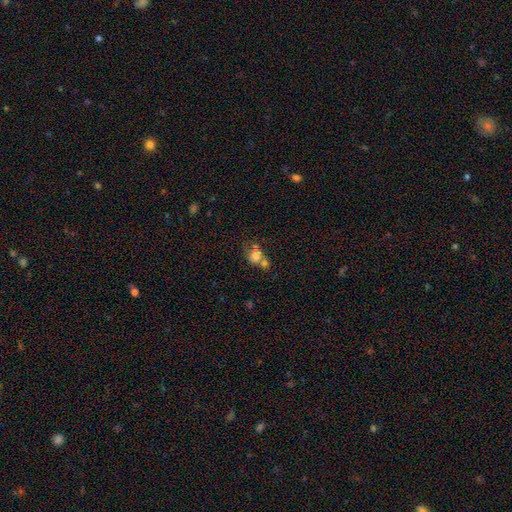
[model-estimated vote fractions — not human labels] A smooth galaxy with no disk features (75%) that is round (73%).

Vote fractions:
- Smooth or featured? smooth: 75% / featured or disk: 13% / star or artifact: 12%
- How rounded? round: 73% / in between: 26% / cigar-shaped: 1%
- Merging? merger: 52% / none: 33% / minor disturbance: 10% / major disturbance: 6%